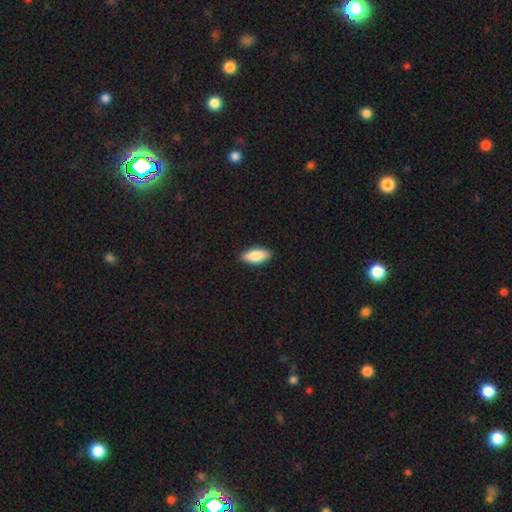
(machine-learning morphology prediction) Smooth or featured: smooth — 79% (featured or disk — 15%)
How rounded: in between — 81% (cigar-shaped — 16%)
Merging: none — 89% (minor disturbance — 8%)